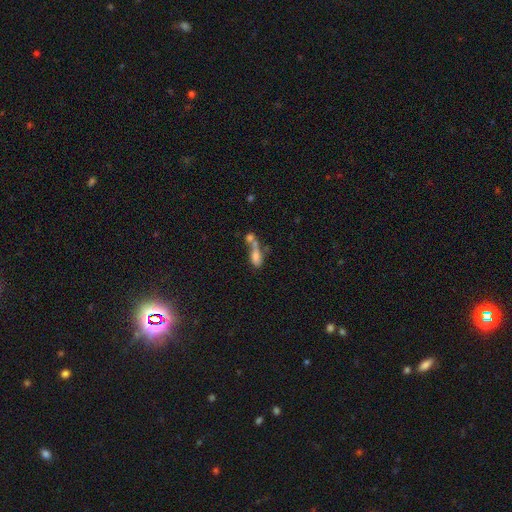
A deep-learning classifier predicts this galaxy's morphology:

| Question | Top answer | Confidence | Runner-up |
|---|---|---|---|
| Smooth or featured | smooth | 68% | featured or disk (20%) |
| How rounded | in between | 75% | cigar-shaped (18%) |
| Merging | merger | 56% | none (22%) |